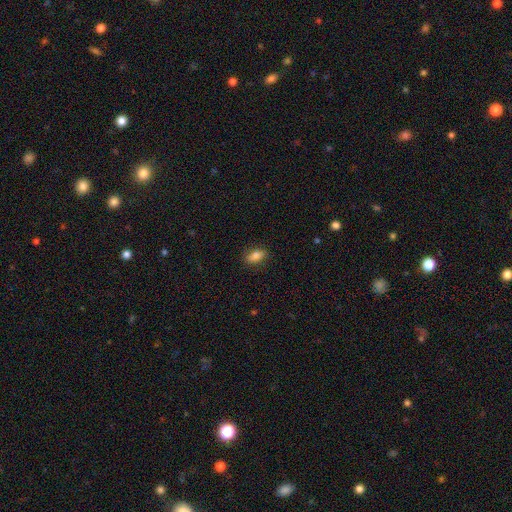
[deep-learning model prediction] Morphology: type=smooth (82%); roundness=in between (85%); merging=none (83%).